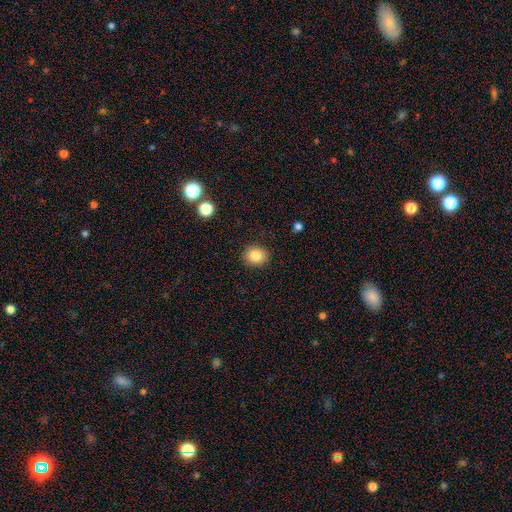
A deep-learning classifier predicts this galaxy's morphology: A smooth galaxy with no disk features (84%) that is round (77%).

Vote fractions:
- Smooth or featured? smooth: 84% / star or artifact: 10% / featured or disk: 6%
- How rounded? round: 77% / in between: 22% / cigar-shaped: 1%
- Merging? none: 89% / minor disturbance: 7% / major disturbance: 2% / merger: 1%